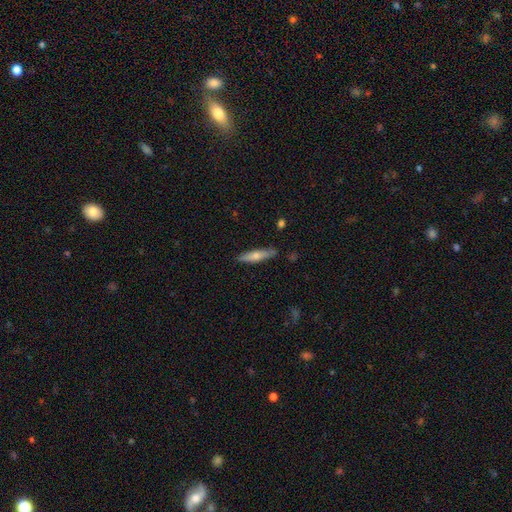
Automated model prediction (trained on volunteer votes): smooth-or-featured: smooth: 61% | featured or disk: 33% | star or artifact: 6%
  how-rounded: cigar-shaped: 83% | in between: 16% | round: 2%
  merging: none: 84% | minor disturbance: 12% | major disturbance: 2% | merger: 2%